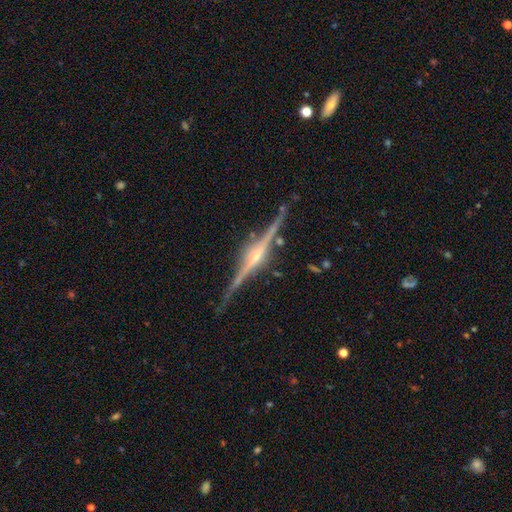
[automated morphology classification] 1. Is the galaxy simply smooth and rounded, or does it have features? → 90% featured or disk, 5% star or artifact, 5% smooth.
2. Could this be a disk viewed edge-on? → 98% yes, 2% no.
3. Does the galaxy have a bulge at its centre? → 83% rounded, 12% boxy, 5% none.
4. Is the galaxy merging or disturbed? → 87% none, 9% minor disturbance, 2% major disturbance, 2% merger.